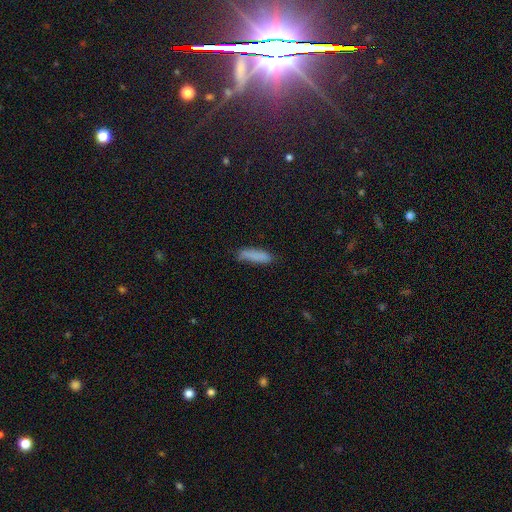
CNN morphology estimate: Smooth or featured?
  - smooth: 85% *
  - star or artifact: 8%
  - featured or disk: 8%
How rounded?
  - cigar-shaped: 70% *
  - in between: 28%
  - round: 2%
Merging?
  - none: 73% *
  - minor disturbance: 21%
  - major disturbance: 4%
  - merger: 2%